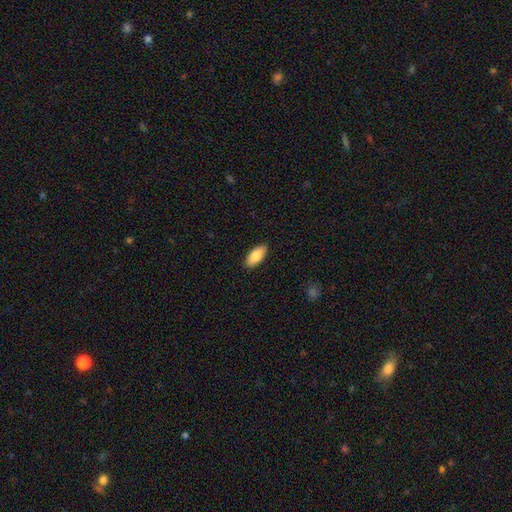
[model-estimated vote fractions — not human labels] This appears to be a smooth galaxy with no disk features (83%) that is in between round and cigar-shaped (89%). Merging: none (89%).